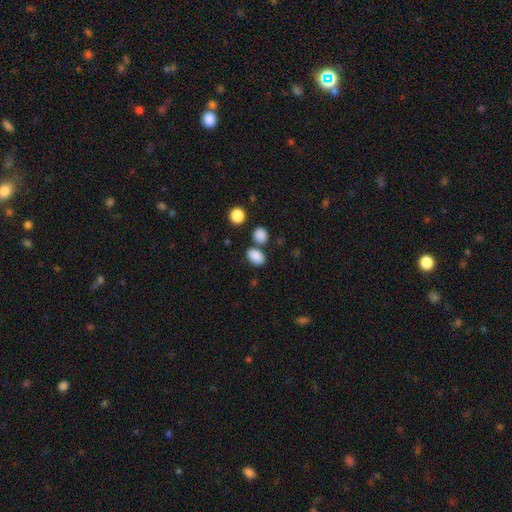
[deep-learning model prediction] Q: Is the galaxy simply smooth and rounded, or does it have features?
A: smooth — 87%.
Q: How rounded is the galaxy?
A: in between — 85%.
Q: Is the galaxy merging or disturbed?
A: none — 70%.